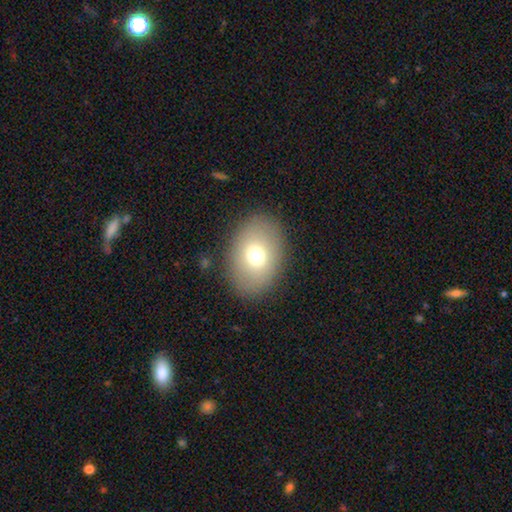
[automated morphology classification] type=smooth (73%); roundness=in between (75%); merging=none (87%).